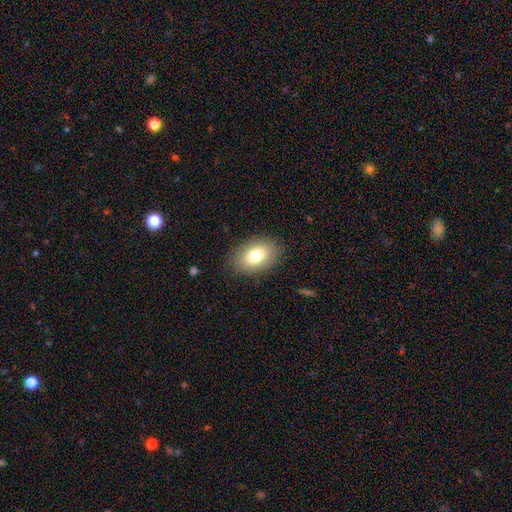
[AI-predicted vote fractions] The model was most divided on "smooth or featured": smooth: 76%, featured or disk: 15%, star or artifact: 8%. More confident: how rounded — in between (88%); merging — none (85%).